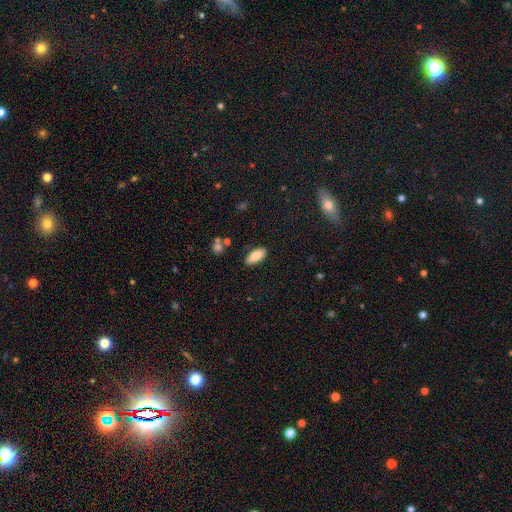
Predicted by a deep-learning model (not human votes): Morphology: type=smooth (80%); roundness=in between (82%); merging=none (85%).